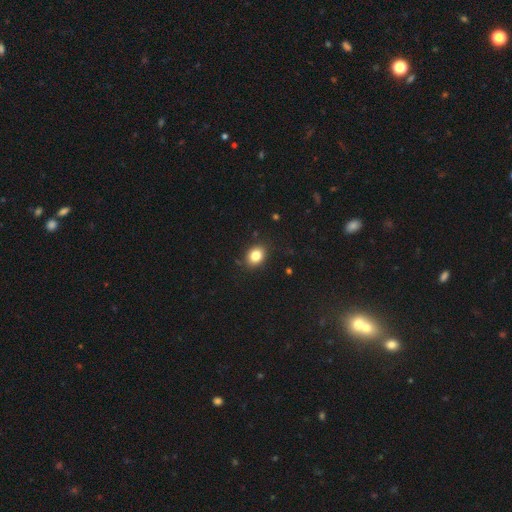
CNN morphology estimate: Smooth or featured? Predicted: smooth (p=0.84). How rounded? Predicted: in between (p=0.56). Merging? Predicted: none (p=0.87).